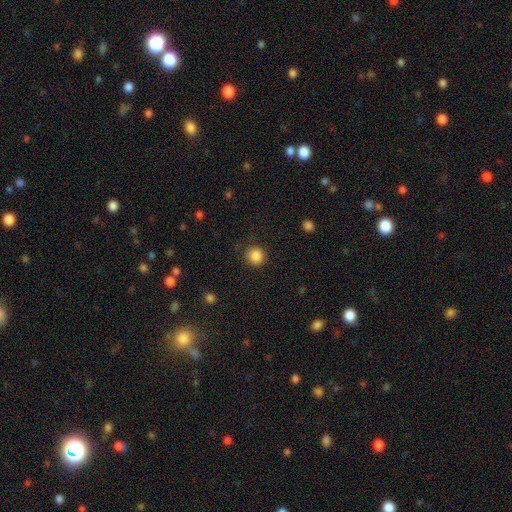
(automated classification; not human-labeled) The model was most divided on "smooth or featured": smooth: 86%, star or artifact: 10%, featured or disk: 4%. More confident: how rounded — round (90%); merging — none (86%).